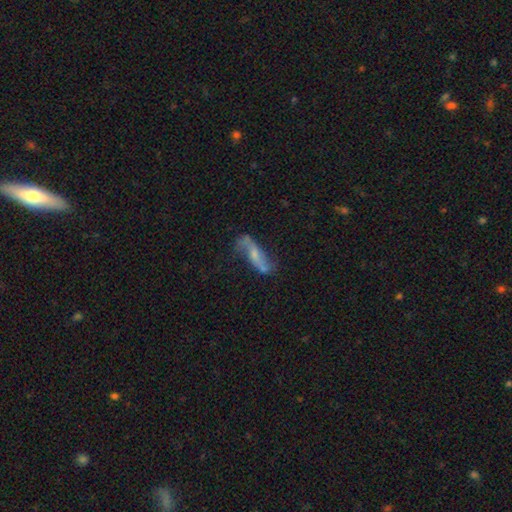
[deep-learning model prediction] Smooth or featured: featured or disk — 65% (smooth — 27%)
Edge-on disk: no — 78% (yes — 22%)
Bar: no — 46% (weak — 33%)
Spiral arms: yes — 85% (no — 15%)
Bulge size: small — 51% (moderate — 26%)
Merging: none — 56% (minor disturbance — 24%)